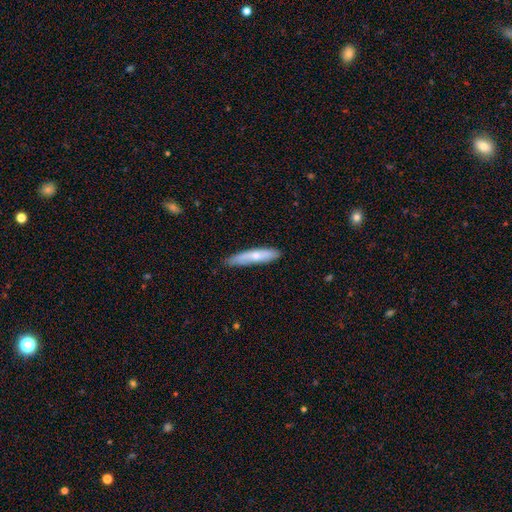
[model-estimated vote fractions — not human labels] Smooth or featured?
  - smooth: 62% *
  - featured or disk: 32%
  - star or artifact: 6%
How rounded?
  - cigar-shaped: 86% *
  - in between: 13%
  - round: 2%
Merging?
  - none: 77% *
  - minor disturbance: 19%
  - major disturbance: 3%
  - merger: 1%